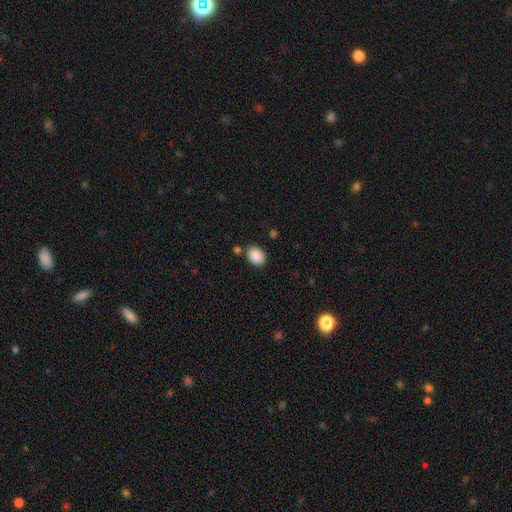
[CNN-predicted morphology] smooth_or_featured: smooth (p=0.89) [alt: star or artifact p=0.08]
how_rounded: in between (p=0.74) [alt: round p=0.25]
merging: none (p=0.83) [alt: minor disturbance p=0.10]